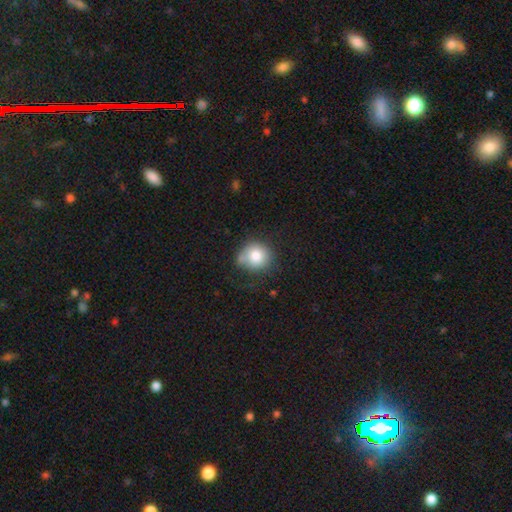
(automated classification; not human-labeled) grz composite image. It shows a smooth galaxy with no disk features (80%) that is round (83%). Merging: none (60%).